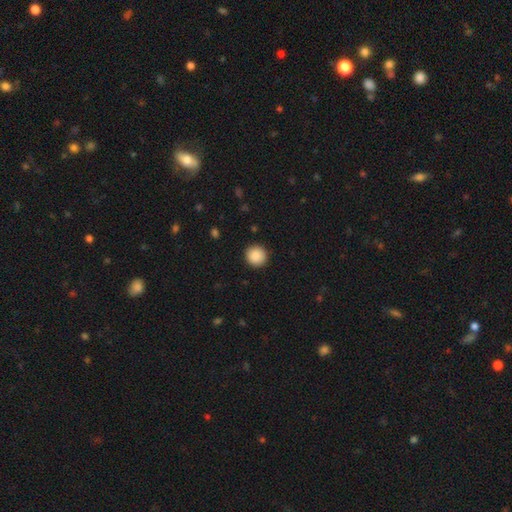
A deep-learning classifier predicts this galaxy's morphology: A smooth galaxy with no disk features (90%) that is round (95%).

Vote fractions:
- Smooth or featured? smooth: 90% / star or artifact: 8% / featured or disk: 3%
- How rounded? round: 95% / in between: 4% / cigar-shaped: 1%
- Merging? none: 92% / minor disturbance: 5% / major disturbance: 2% / merger: 1%